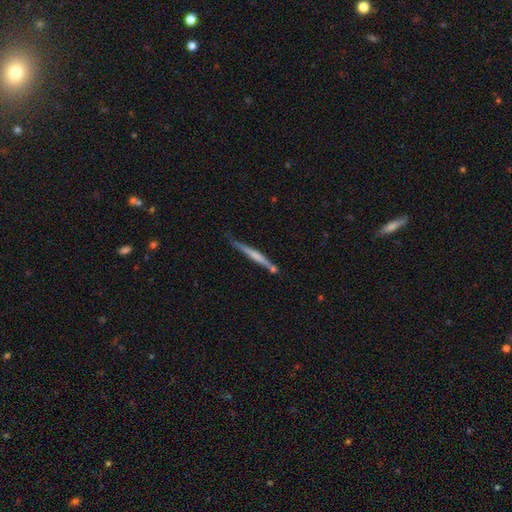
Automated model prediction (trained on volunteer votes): A featured or disk galaxy (51%) viewed edge-on (97%).

Vote fractions:
- Smooth or featured? featured or disk: 51% / smooth: 43% / star or artifact: 6%
- Edge-on disk? yes: 97% / no: 3%
- Merging? none: 73% / minor disturbance: 16% / merger: 8% / major disturbance: 3%